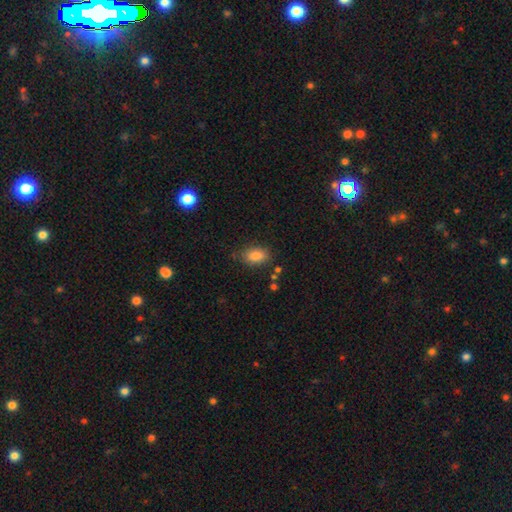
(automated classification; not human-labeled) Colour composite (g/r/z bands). It shows a smooth galaxy with no disk features (85%) that is in between round and cigar-shaped (88%). Merging: none (79%).